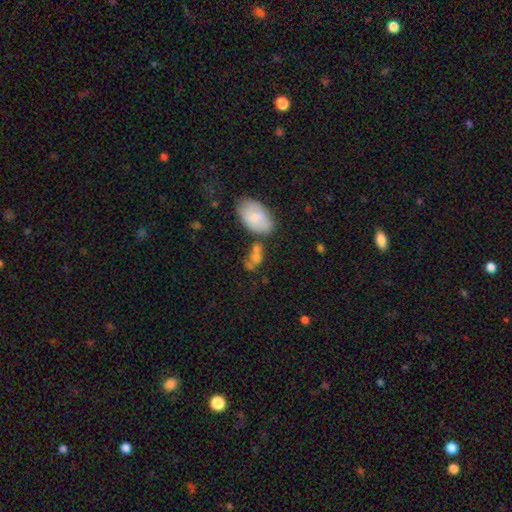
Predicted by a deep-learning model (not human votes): Smooth or featured: smooth — 71% (featured or disk — 17%)
How rounded: in between — 80% (round — 15%)
Merging: none — 37% (tied with merger — 37%)